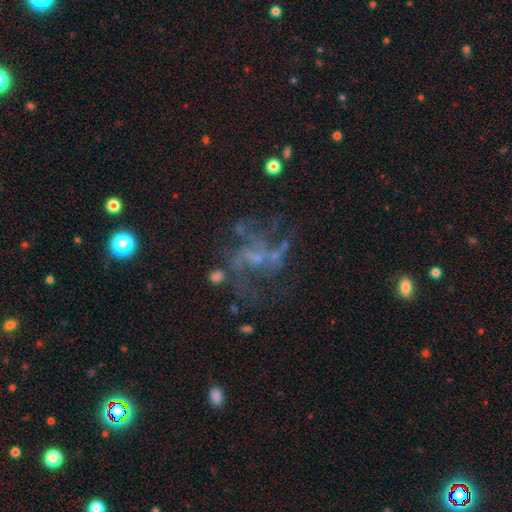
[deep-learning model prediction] smooth-or-featured: featured or disk: 69% | star or artifact: 18% | smooth: 13%
  disk-edge-on: no: 98% | yes: 2%
    bar: no: 62% | weak: 31% | strong: 7%
    has-spiral-arms: yes: 62% | no: 38%
    bulge-size: none: 43% | small: 41% | moderate: 14% | large: 2% | dominant: 1%
  merging: none: 42% | major disturbance: 34% | minor disturbance: 16% | merger: 9%